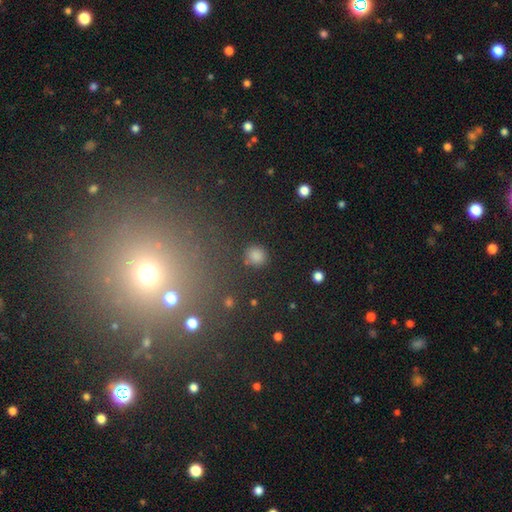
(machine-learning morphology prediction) smooth-or-featured: smooth: 67% | star or artifact: 27% | featured or disk: 6%
  how-rounded: round: 86% | in between: 12% | cigar-shaped: 1%
  merging: none: 89% | minor disturbance: 6% | major disturbance: 3% | merger: 2%